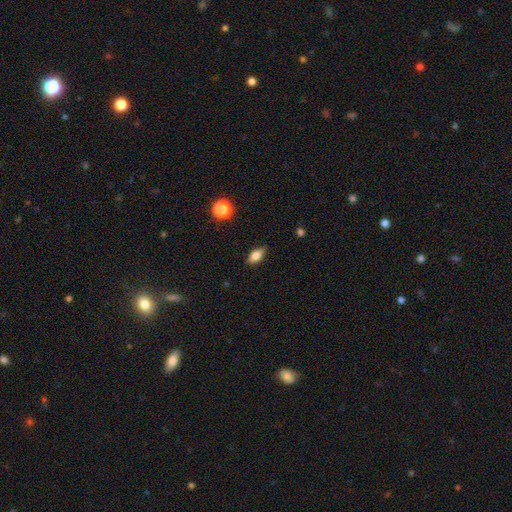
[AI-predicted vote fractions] Smooth or featured?
  - smooth: 78% *
  - featured or disk: 13%
  - star or artifact: 9%
How rounded?
  - in between: 85% *
  - cigar-shaped: 9%
  - round: 6%
Merging?
  - none: 85% *
  - minor disturbance: 12%
  - major disturbance: 2%
  - merger: 1%